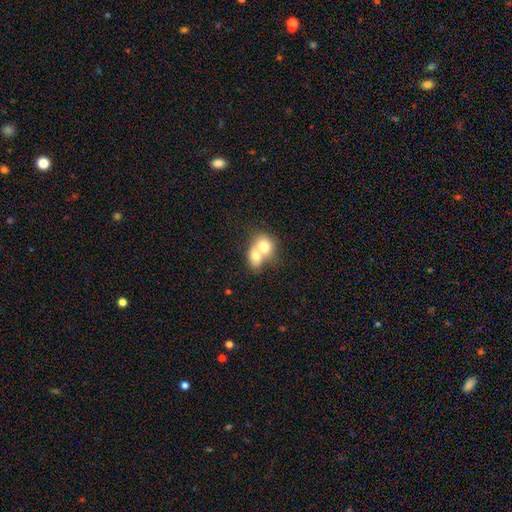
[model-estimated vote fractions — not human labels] Morphology: type=smooth (71%); roundness=round (53%); merging=merger (78%).